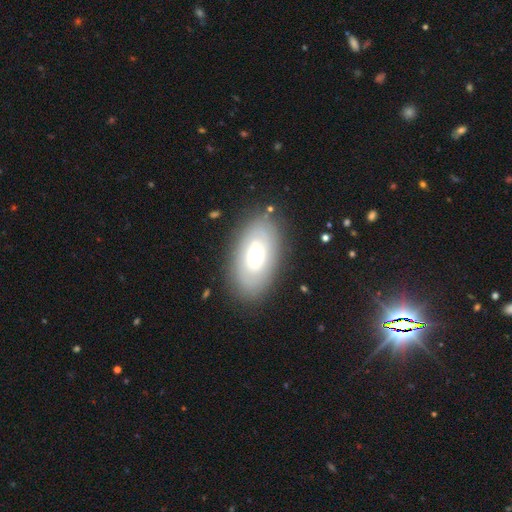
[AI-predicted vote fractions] Overall: smooth (53%; featured or disk 40%). How rounded: in between (91%). Merging: none (83%).